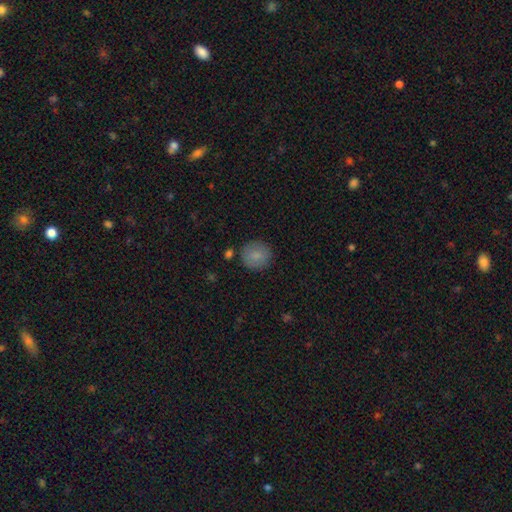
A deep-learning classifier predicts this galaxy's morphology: This appears to be a smooth galaxy with no disk features (85%) that is round (94%). Merging: none (86%).